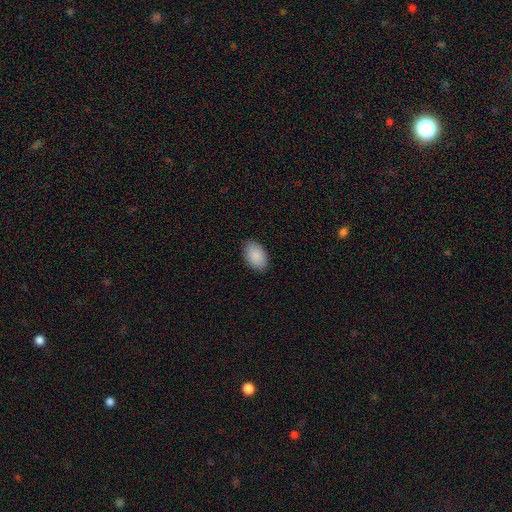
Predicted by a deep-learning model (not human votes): Smooth or featured? smooth (90%)
How rounded? in between (93%)
Merging? none (89%)